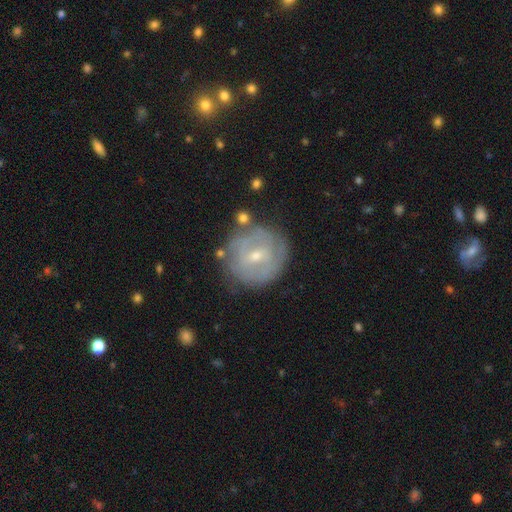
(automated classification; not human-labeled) Smooth or featured: featured or disk — 65% (smooth — 27%)
Edge-on disk: no — 96% (yes — 4%)
Bar: weak — 54% (no — 29%)
Spiral arms: yes — 63% (no — 37%)
Bulge size: small — 57% (moderate — 39%)
Merging: none — 75% (minor disturbance — 16%)